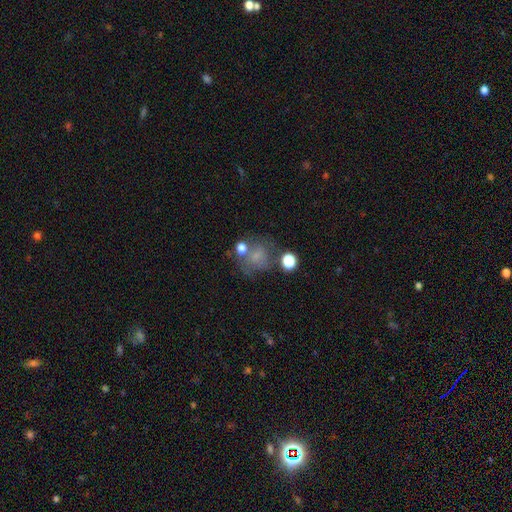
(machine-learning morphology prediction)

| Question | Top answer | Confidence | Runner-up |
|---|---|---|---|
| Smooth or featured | smooth | 48% | featured or disk (30%) |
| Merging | none | 48% | minor disturbance (19%) |